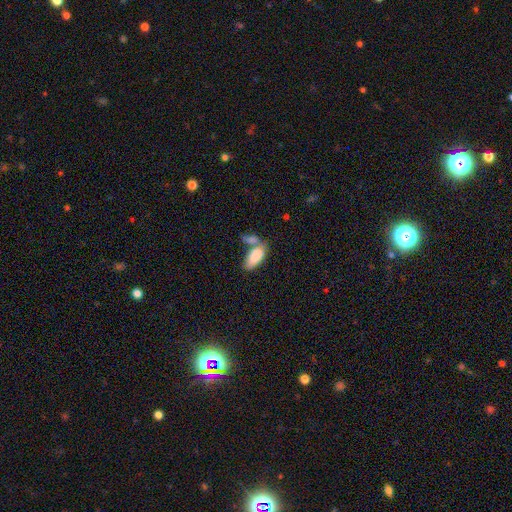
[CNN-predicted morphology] Overall: smooth (84%). How rounded: in between (91%). Merging: merger (48%; none 33%).